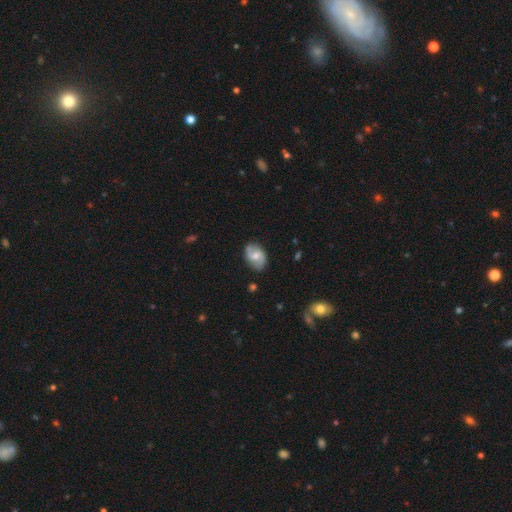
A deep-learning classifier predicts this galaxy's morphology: This is possibly a featured or disk galaxy (57%). It is clearly not viewed edge-on (96%). Bar: possibly weak (47%). Spiral arm pattern: clearly yes (83%). Central bulge: possibly moderate (60%). Merging: likely none (76%).